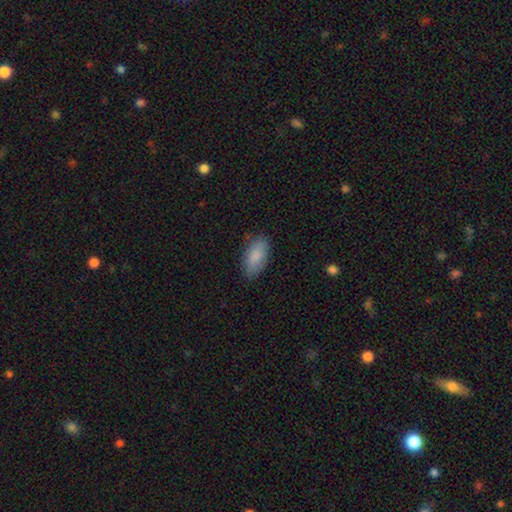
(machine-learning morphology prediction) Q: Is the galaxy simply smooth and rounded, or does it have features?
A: smooth — 86%.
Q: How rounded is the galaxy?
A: in between — 92%.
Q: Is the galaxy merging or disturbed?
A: none — 83%.